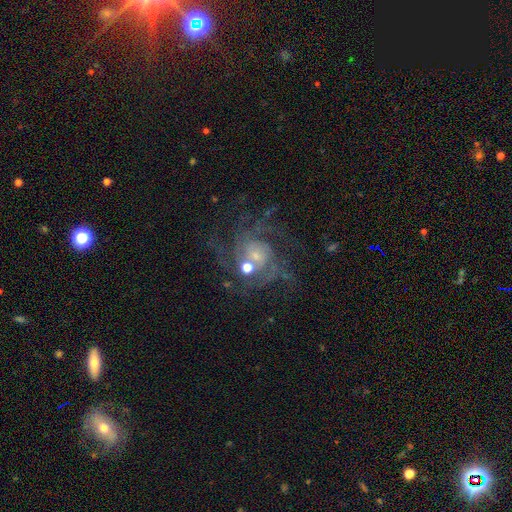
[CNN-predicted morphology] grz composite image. It shows a featured or disk galaxy (81%) with no bar (66%), tight (44%) spiral arms (93%) and a small central bulge (53%). Merging: none (58%).